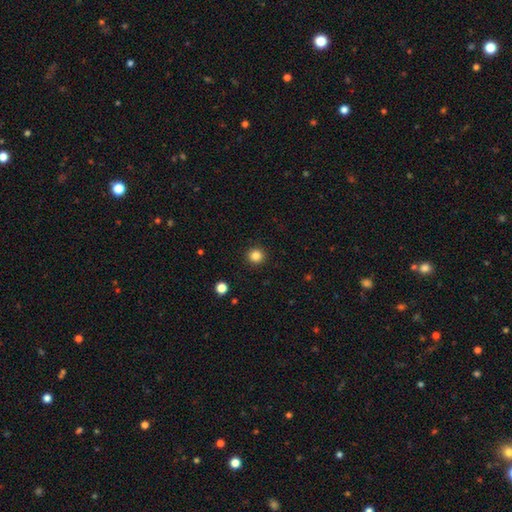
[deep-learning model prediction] A smooth galaxy with no disk features (85%) that is round (95%). Merging: none (93%).